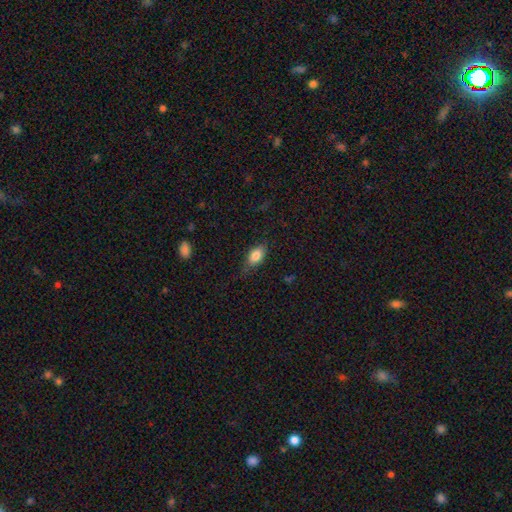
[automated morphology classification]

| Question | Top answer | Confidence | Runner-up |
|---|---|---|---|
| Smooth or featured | smooth | 81% | featured or disk (11%) |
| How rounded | in between | 87% | round (8%) |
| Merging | none | 72% | minor disturbance (21%) |